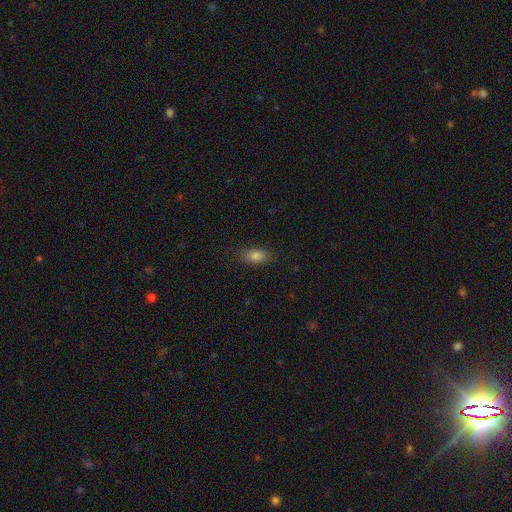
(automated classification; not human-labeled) Q: Smooth or featured?
A: smooth (82%); runner-up: star or artifact (10%)
Q: How rounded?
A: in between (87%); runner-up: round (8%)
Q: Merging?
A: none (86%); runner-up: minor disturbance (11%)